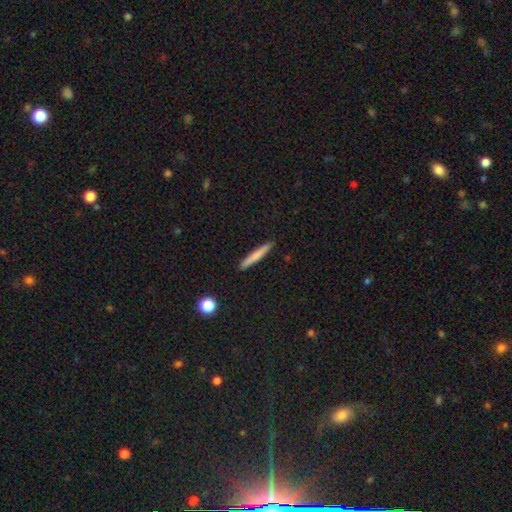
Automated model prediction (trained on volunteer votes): This appears to be a smooth galaxy with no disk features (73%) that is cigar-shaped (95%). Merging: none (91%).